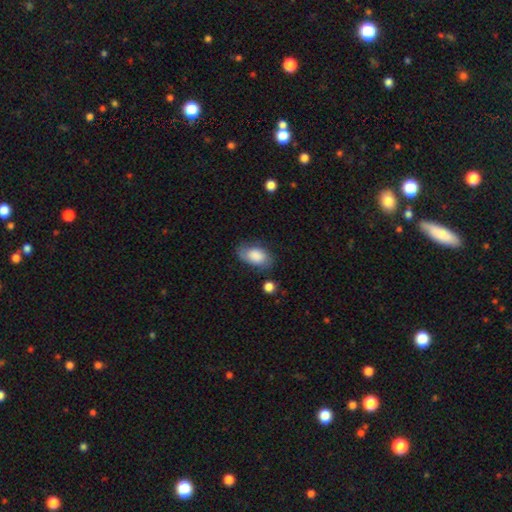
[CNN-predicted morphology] A smooth galaxy with no disk features (79%) that is in between round and cigar-shaped (92%).

Vote fractions:
- Smooth or featured? smooth: 79% / featured or disk: 14% / star or artifact: 7%
- How rounded? in between: 92% / round: 7% / cigar-shaped: 2%
- Merging? none: 66% / minor disturbance: 23% / major disturbance: 7% / merger: 4%